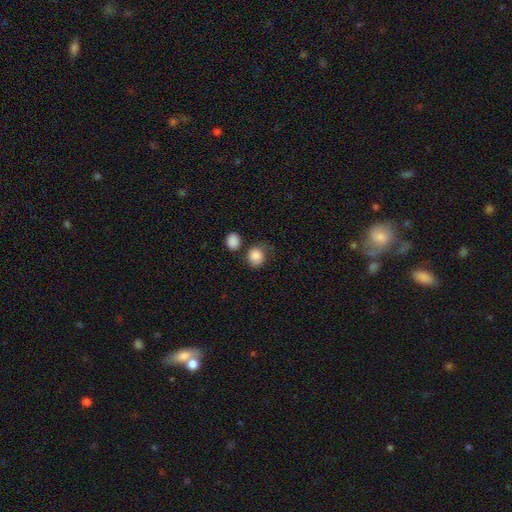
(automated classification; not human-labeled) The model was most divided on "merging": none: 62%, minor disturbance: 18%, merger: 13%, major disturbance: 7%. More confident: smooth or featured — smooth (87%); how rounded — round (78%).